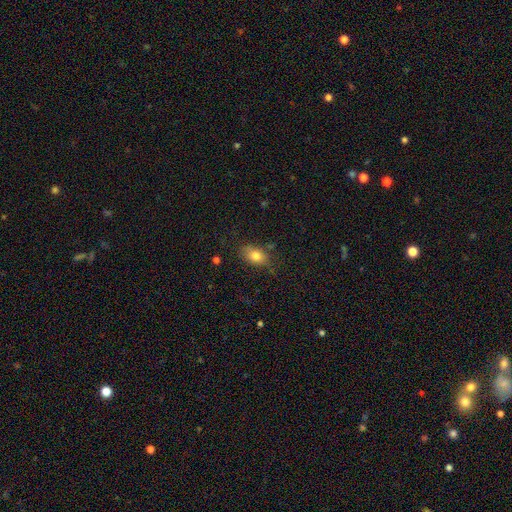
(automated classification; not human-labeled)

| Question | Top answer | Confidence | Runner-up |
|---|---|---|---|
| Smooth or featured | smooth | 80% | featured or disk (11%) |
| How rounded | in between | 81% | round (17%) |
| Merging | none | 75% | minor disturbance (18%) |